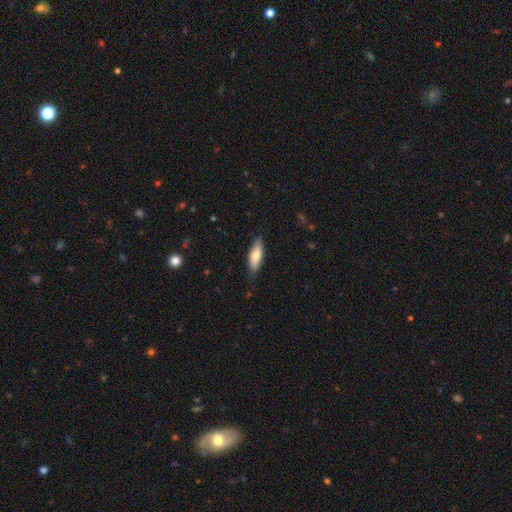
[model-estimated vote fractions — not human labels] A smooth galaxy with no disk features (77%) that is in between round and cigar-shaped (63%). Merging: none (82%).